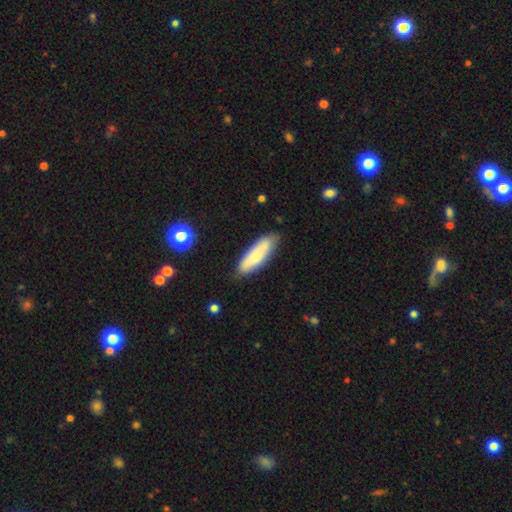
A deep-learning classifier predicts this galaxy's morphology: Overall: smooth (72%). How rounded: cigar-shaped (50%; in between 49%). Merging: none (79%).